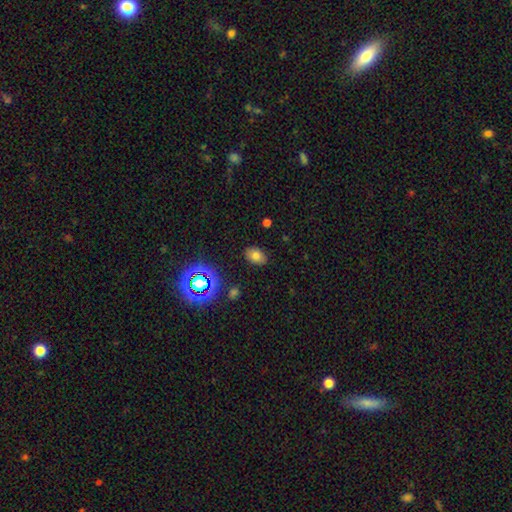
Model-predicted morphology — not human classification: The model was most divided on "smooth or featured": smooth: 72%, star or artifact: 17%, featured or disk: 11%. More confident: merging — none (85%); how rounded — in between (81%).